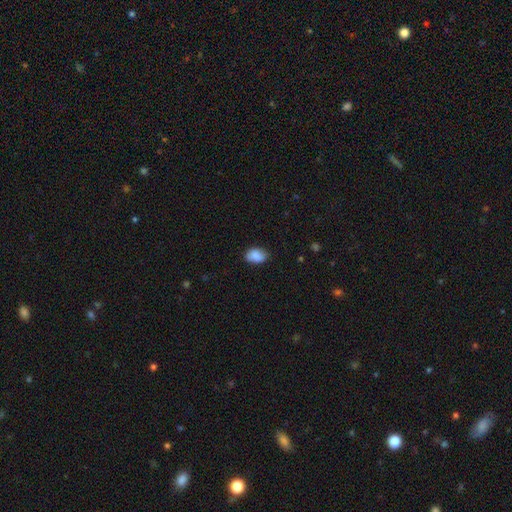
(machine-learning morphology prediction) This appears to be a smooth galaxy with no disk features (87%) that is in between round and cigar-shaped (85%). Merging: none (77%).